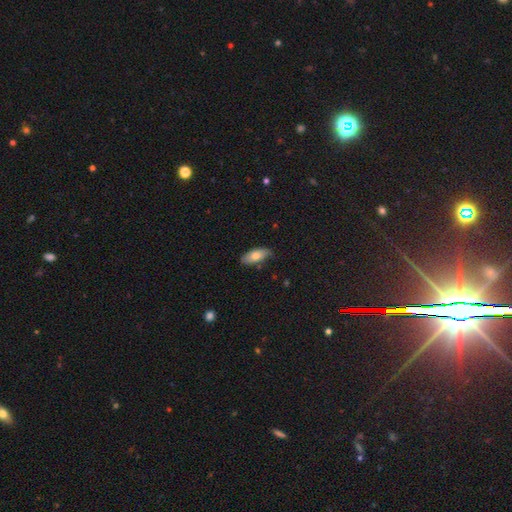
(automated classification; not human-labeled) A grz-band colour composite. It shows a smooth galaxy with no disk features (73%) that is in between round and cigar-shaped (86%). Merging: none (77%).